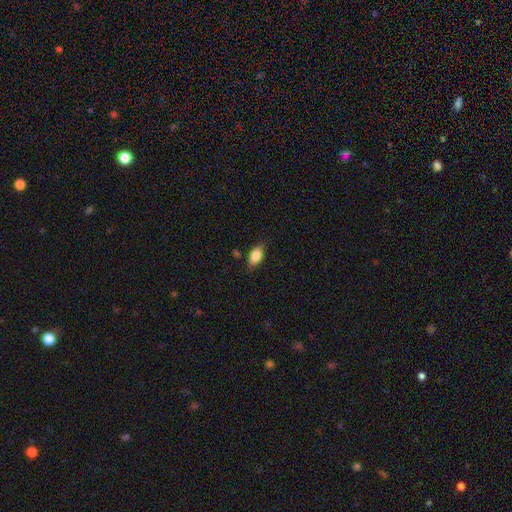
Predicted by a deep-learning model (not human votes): Smooth or featured?
  - smooth: 81% *
  - featured or disk: 11%
  - star or artifact: 7%
How rounded?
  - in between: 87% *
  - round: 6%
  - cigar-shaped: 6%
Merging?
  - none: 77% *
  - minor disturbance: 17%
  - major disturbance: 4%
  - merger: 2%